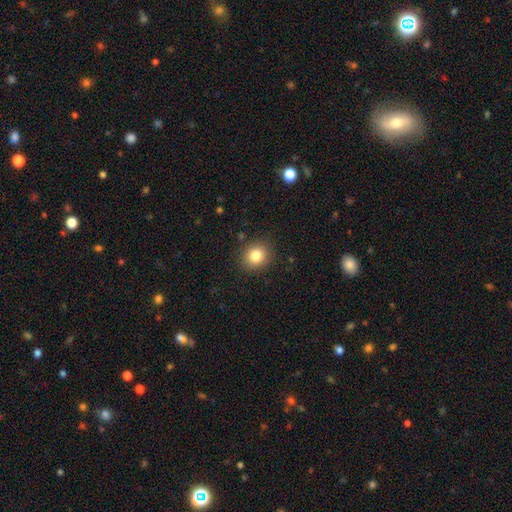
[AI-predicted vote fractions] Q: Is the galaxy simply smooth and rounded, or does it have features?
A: smooth — 82%.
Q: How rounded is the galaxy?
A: round — 80%.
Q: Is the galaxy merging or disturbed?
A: none — 89%.